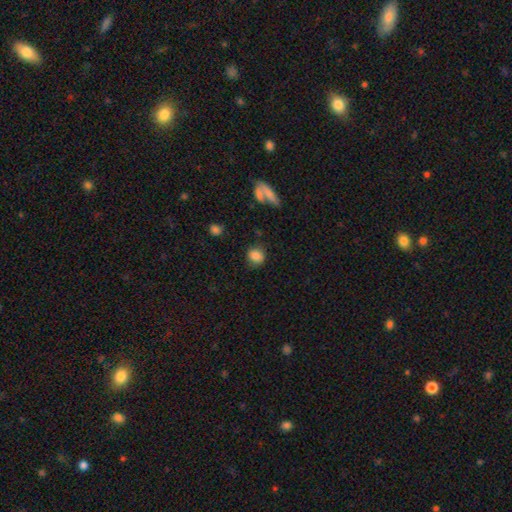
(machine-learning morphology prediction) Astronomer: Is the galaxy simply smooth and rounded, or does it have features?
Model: smooth — 84%.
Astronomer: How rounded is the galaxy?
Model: round — 72%.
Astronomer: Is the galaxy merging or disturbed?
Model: none — 77%.